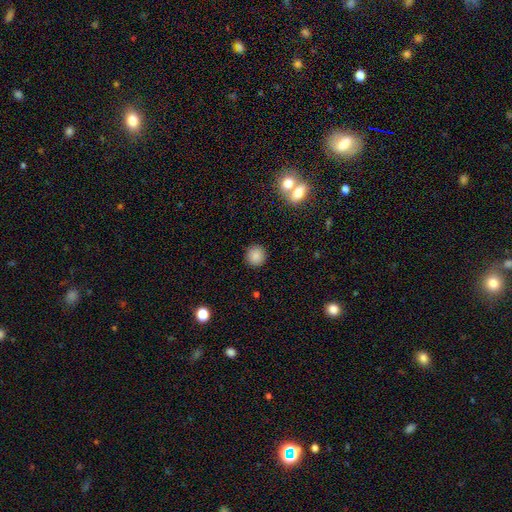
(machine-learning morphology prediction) A smooth galaxy with no disk features (86%) that is round (92%). Merging: none (91%).